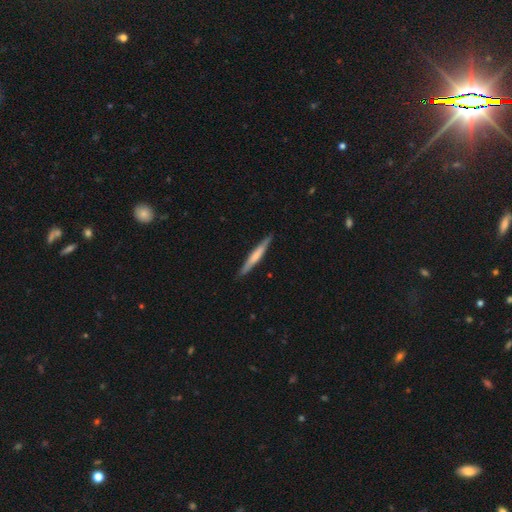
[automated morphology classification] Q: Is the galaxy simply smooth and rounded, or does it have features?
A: smooth — 50%.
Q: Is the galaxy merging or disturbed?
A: none — 90%.